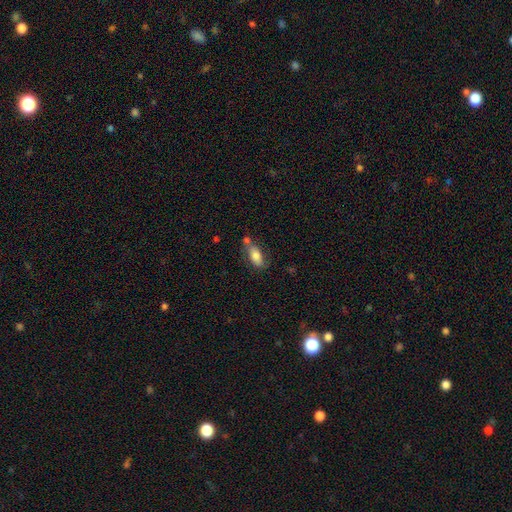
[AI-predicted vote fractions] A smooth galaxy with no disk features (76%) that is in between round and cigar-shaped (86%). Merging: none (57%).